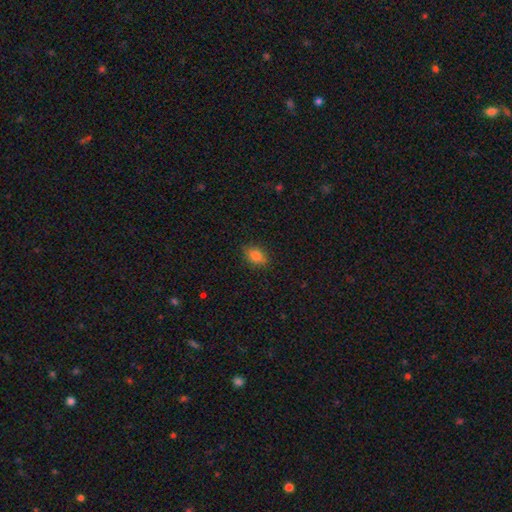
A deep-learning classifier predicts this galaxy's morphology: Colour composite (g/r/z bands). It shows a smooth galaxy with no disk features (84%) that is in between round and cigar-shaped (77%). Merging: none (84%).